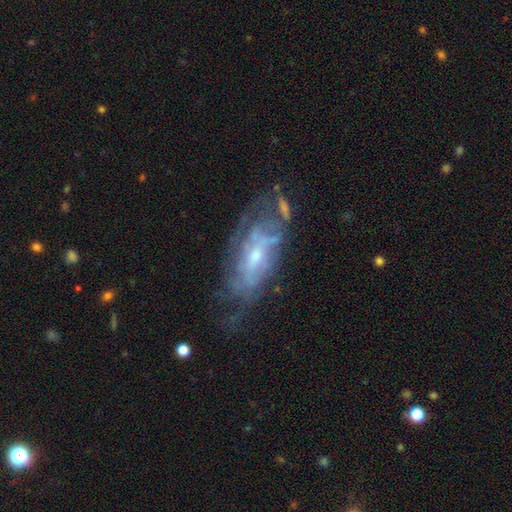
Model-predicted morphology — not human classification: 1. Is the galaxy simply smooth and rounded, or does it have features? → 74% featured or disk, 18% smooth, 8% star or artifact.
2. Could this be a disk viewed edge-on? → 89% no, 11% yes.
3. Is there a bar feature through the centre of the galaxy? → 62% no, 32% weak, 7% strong.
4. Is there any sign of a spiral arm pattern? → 68% yes, 32% no.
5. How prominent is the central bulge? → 52% small, 41% moderate, 4% none, 3% large, 1% dominant.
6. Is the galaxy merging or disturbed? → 52% none, 24% minor disturbance, 18% major disturbance, 6% merger.